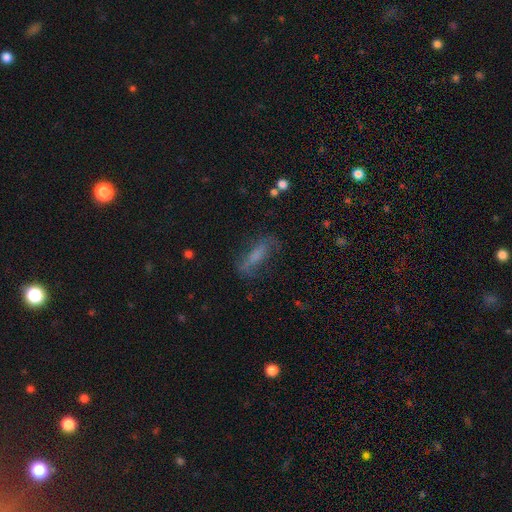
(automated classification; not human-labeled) Smooth or featured: smooth — 48% (featured or disk — 37%)
Merging: none — 57% (minor disturbance — 23%)